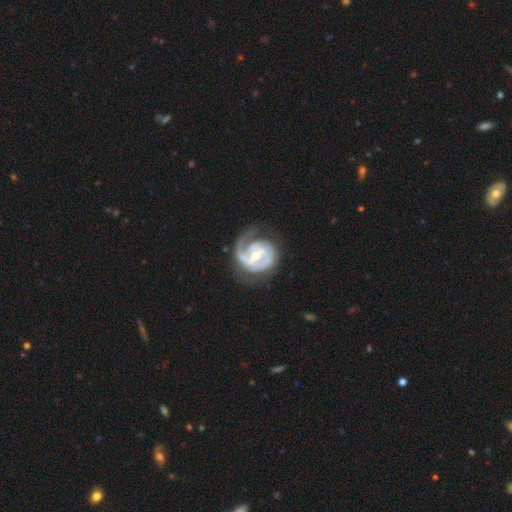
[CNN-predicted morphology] featured or disk 88%, smooth 8%, star or artifact 4%. Down the decision tree: edge-on disk — no (98%); bar — weak (46%); spiral arms — yes (94%); spiral arm count — 2 (54%); spiral winding — tight (48%); bulge size — moderate (55%); merging — none (55%).